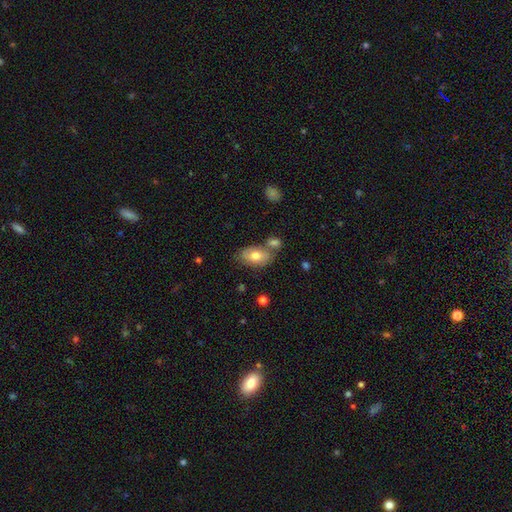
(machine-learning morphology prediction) smooth 69%, featured or disk 24%, star or artifact 7%. Down the decision tree: how rounded — in between (91%); merging — none (56%).